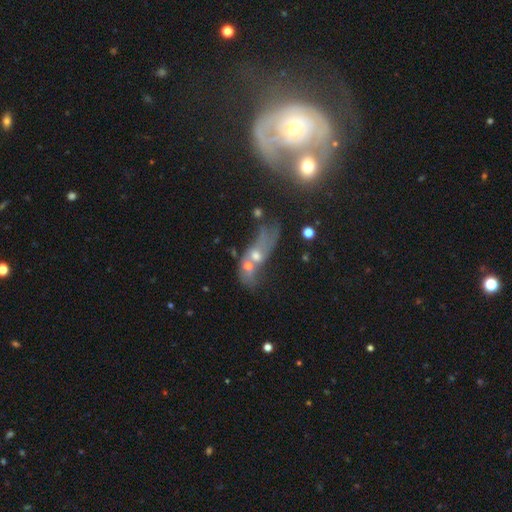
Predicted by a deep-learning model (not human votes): smooth_or_featured: featured or disk (p=0.59) [alt: smooth p=0.25]
disk_edge_on: no (p=0.88) [alt: yes p=0.12]
bar: no (p=0.74) [alt: weak p=0.18]
has_spiral_arms: yes (p=0.57) [alt: no p=0.43]
bulge_size: small (p=0.54) [alt: moderate p=0.34]
merging: merger (p=0.42) [alt: none p=0.29]